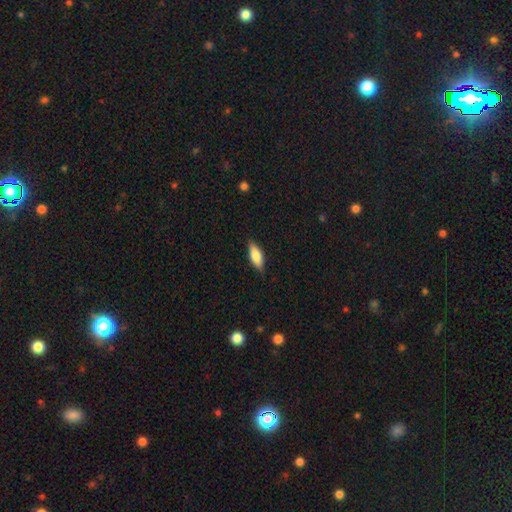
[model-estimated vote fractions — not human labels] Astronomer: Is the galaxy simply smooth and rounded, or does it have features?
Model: smooth — 77%.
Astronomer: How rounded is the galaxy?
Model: in between — 71%.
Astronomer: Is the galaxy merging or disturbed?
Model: none — 83%.